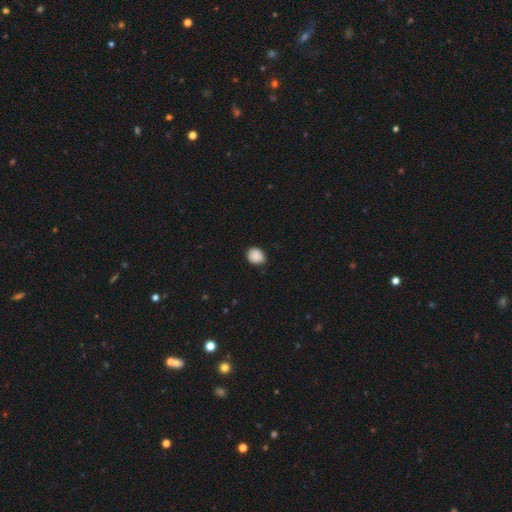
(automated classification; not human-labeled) A smooth galaxy with no disk features (88%) that is round (63%).

Vote fractions:
- Smooth or featured? smooth: 88% / star or artifact: 8% / featured or disk: 4%
- How rounded? round: 63% / in between: 36% / cigar-shaped: 1%
- Merging? none: 73% / minor disturbance: 23% / major disturbance: 3% / merger: 1%